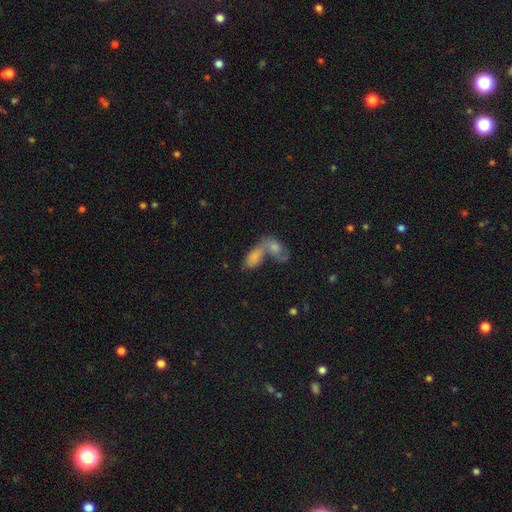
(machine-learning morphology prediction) Overall: smooth (70%). How rounded: in between (87%). Merging: merger (69%).